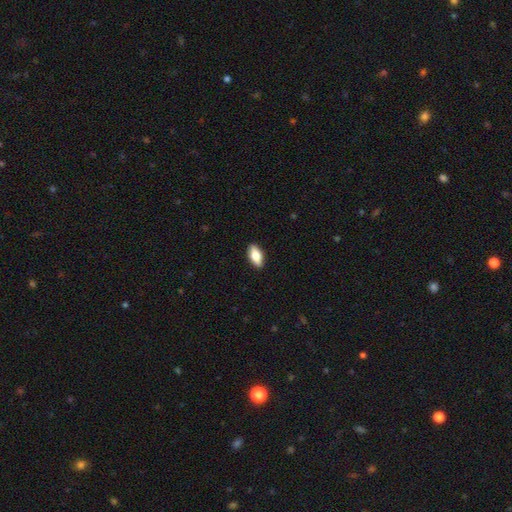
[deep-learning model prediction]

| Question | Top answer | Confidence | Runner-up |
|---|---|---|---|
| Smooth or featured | smooth | 76% | featured or disk (18%) |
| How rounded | in between | 87% | cigar-shaped (9%) |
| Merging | none | 90% | minor disturbance (8%) |